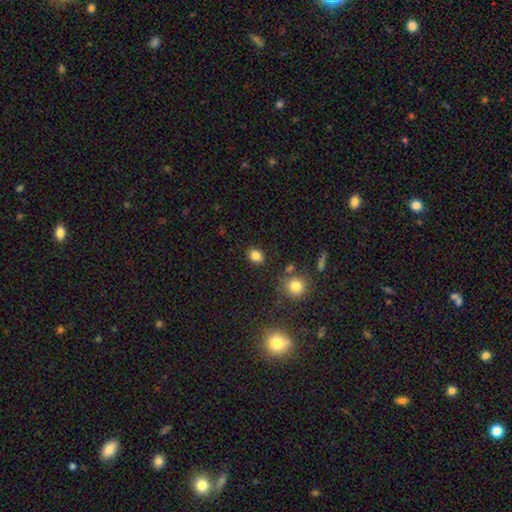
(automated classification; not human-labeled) Overall: smooth (84%). How rounded: round (52%; in between 47%). Merging: none (85%).